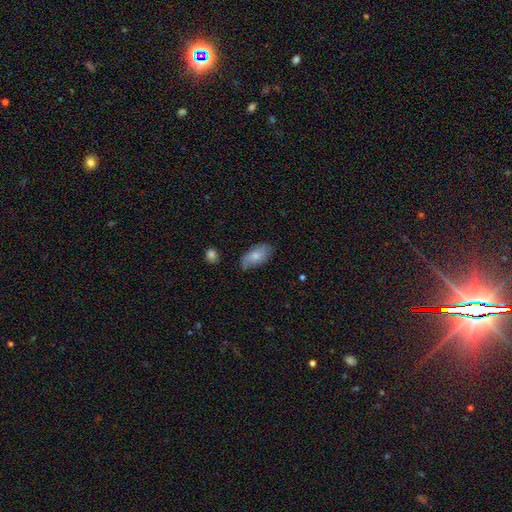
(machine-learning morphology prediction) smooth 75%, featured or disk 18%, star or artifact 6%. Down the decision tree: how rounded — in between (93%); merging — none (73%).